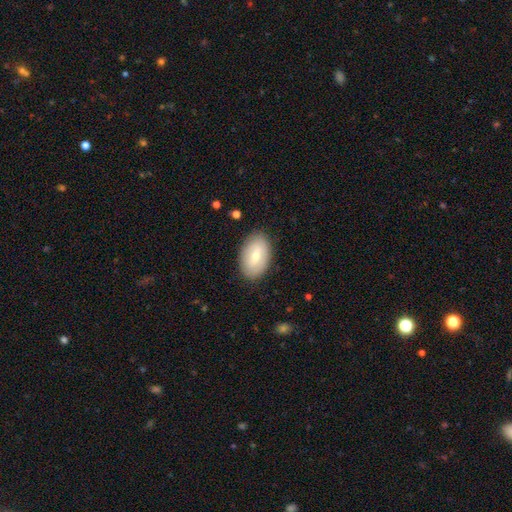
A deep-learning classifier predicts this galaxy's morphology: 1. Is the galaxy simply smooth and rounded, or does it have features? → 63% smooth, 31% featured or disk, 6% star or artifact.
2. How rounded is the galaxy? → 92% in between, 7% round, 1% cigar-shaped.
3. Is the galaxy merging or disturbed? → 85% none, 11% minor disturbance, 3% major disturbance, 1% merger.